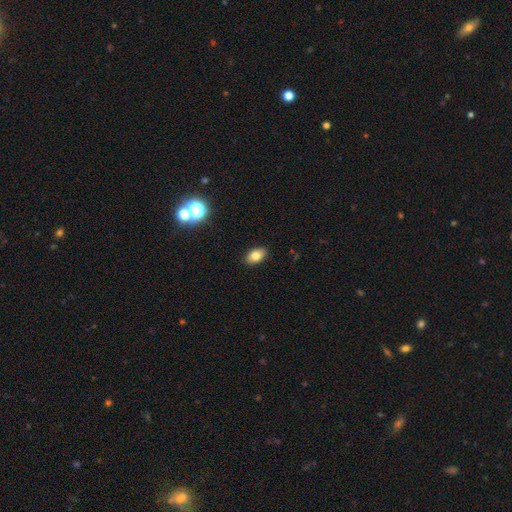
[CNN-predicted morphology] A smooth galaxy with no disk features (80%) that is in between round and cigar-shaped (90%). Merging: none (89%).